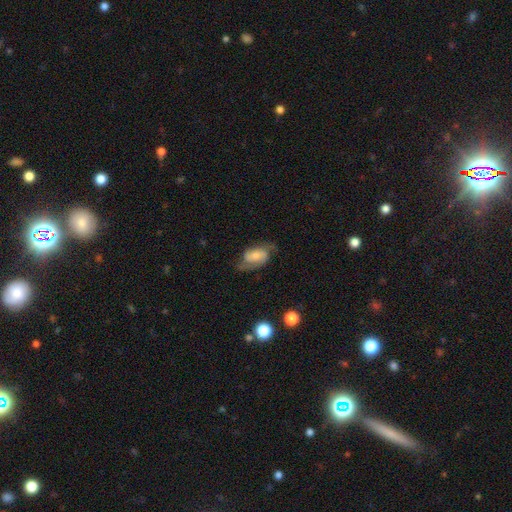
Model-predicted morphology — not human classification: smooth-or-featured: featured or disk: 66% | smooth: 26% | star or artifact: 7%
  disk-edge-on: no: 96% | yes: 4%
    bar: no: 53% | weak: 36% | strong: 11%
    has-spiral-arms: yes: 91% | no: 9%
      spiral-winding: medium: 47% | loose: 31% | tight: 22%
      spiral-arm-count: 2: 83% | can't tell: 8% | 1: 4% | 3: 3% | 4: 1% | more than 4: 1%
    bulge-size: small: 41% | moderate: 36% | none: 11% | large: 10% | dominant: 2%
  merging: none: 61% | minor disturbance: 24% | major disturbance: 14% | merger: 2%